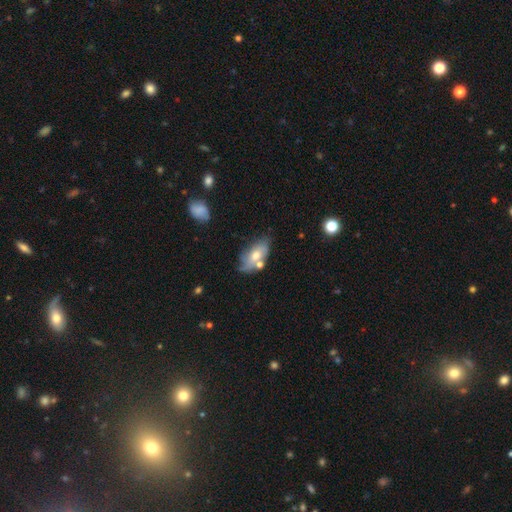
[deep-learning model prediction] This is likely a smooth galaxy (62%). How rounded: clearly in between (90%). Merging: possibly none (54%).